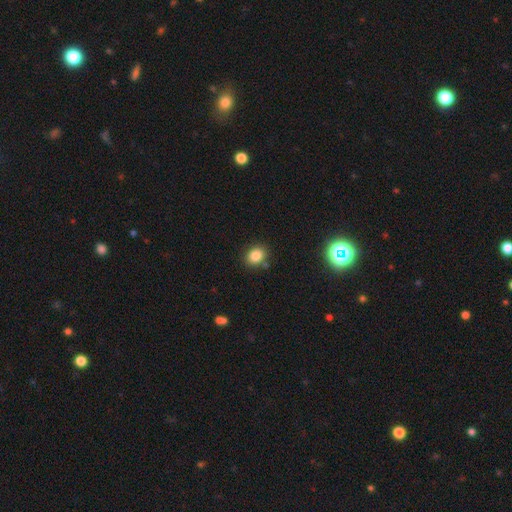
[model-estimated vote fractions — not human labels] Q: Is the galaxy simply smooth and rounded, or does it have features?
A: smooth — 84%.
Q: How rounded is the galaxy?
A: round — 53%.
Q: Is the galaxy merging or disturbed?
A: none — 83%.